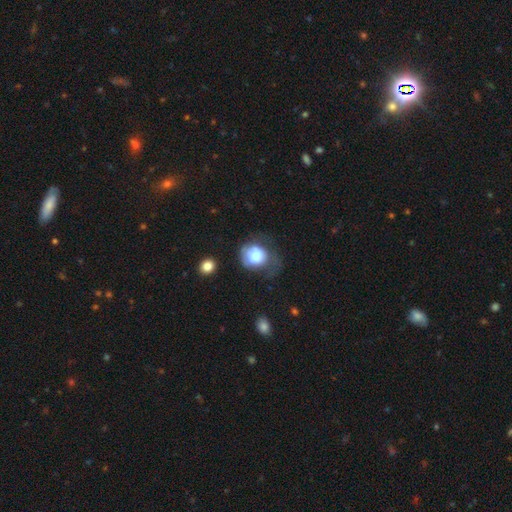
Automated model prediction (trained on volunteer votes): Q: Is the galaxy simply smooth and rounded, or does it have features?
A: smooth — 66%.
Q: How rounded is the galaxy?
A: round — 65%.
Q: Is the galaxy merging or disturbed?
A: major disturbance — 41%.